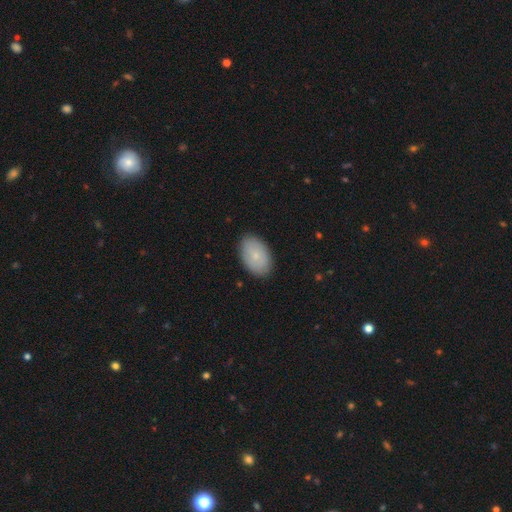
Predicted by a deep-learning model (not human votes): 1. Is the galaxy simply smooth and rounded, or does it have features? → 77% smooth, 17% featured or disk, 6% star or artifact.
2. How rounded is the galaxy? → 91% in between, 7% round, 1% cigar-shaped.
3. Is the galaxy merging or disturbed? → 87% none, 10% minor disturbance, 2% major disturbance, 1% merger.